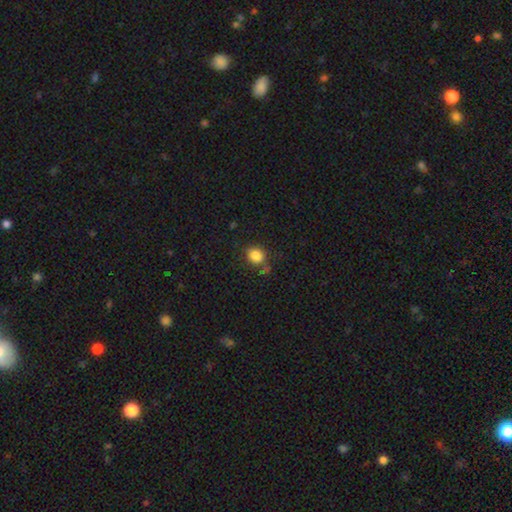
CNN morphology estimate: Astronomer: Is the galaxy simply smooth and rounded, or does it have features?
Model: smooth — 84%.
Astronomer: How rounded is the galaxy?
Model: round — 64%.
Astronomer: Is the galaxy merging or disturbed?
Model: none — 64%.